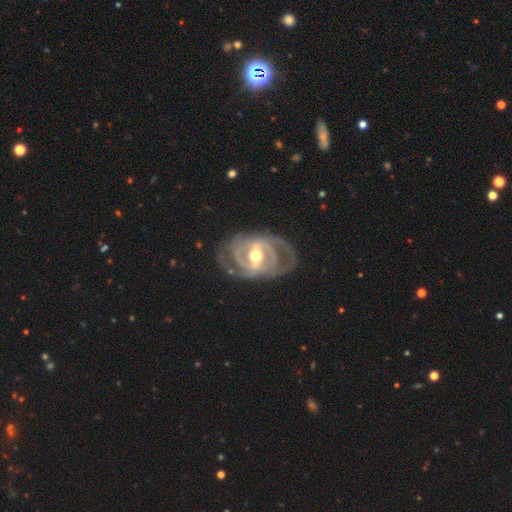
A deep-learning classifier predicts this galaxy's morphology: type=featured or disk (91%); edge-on=no (96%); bar=strong (58%); spiral arms=yes (94%); winding=tight (52%); arm count=2 (59%); bulge=moderate (75%); merging=none (74%).